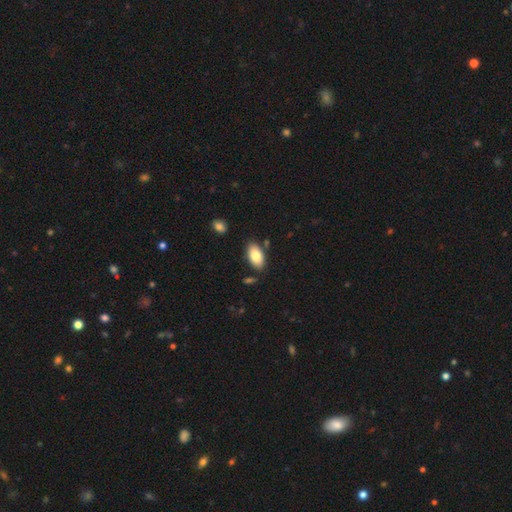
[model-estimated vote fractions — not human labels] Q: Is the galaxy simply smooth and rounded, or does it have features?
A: smooth — 82%.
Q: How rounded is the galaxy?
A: in between — 95%.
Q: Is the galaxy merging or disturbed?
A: none — 83%.